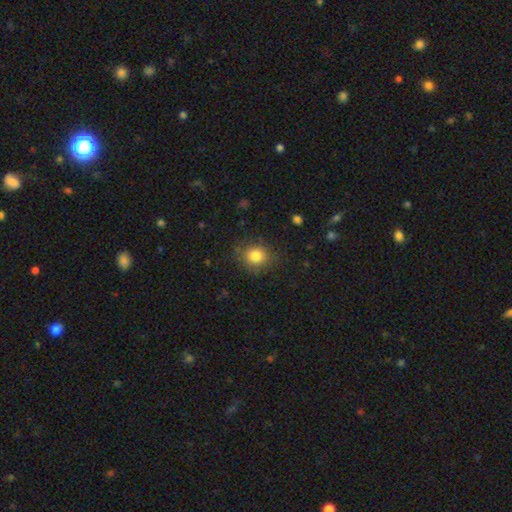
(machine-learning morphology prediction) Smooth or featured: smooth — 82% (star or artifact — 11%)
How rounded: round — 79% (in between — 20%)
Merging: none — 81% (minor disturbance — 14%)